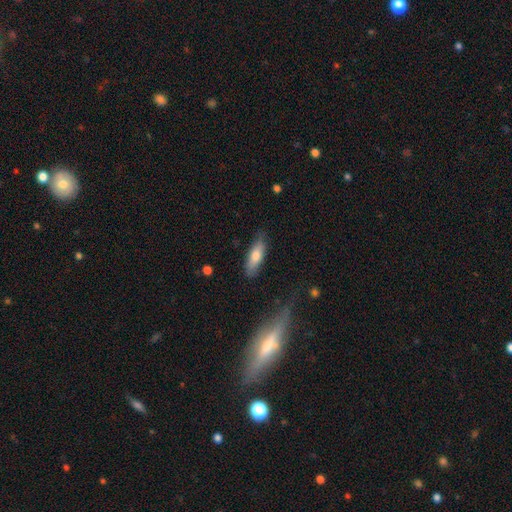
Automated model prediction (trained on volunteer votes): This appears to be a smooth galaxy with no disk features (72%) that is in between round and cigar-shaped (53%). Merging: none (79%).